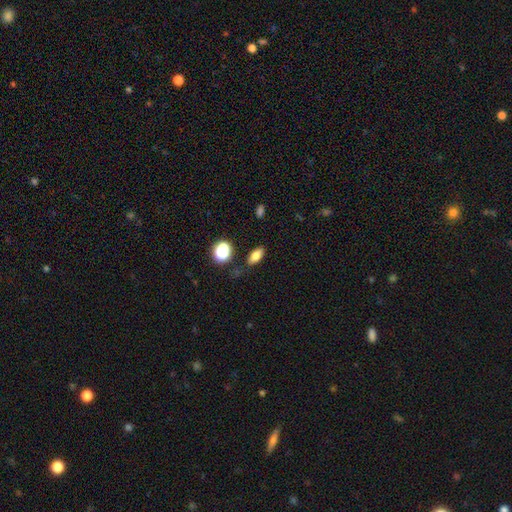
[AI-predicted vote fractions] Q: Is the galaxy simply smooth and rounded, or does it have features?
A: smooth — 76%.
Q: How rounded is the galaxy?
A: in between — 79%.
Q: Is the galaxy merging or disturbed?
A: none — 81%.